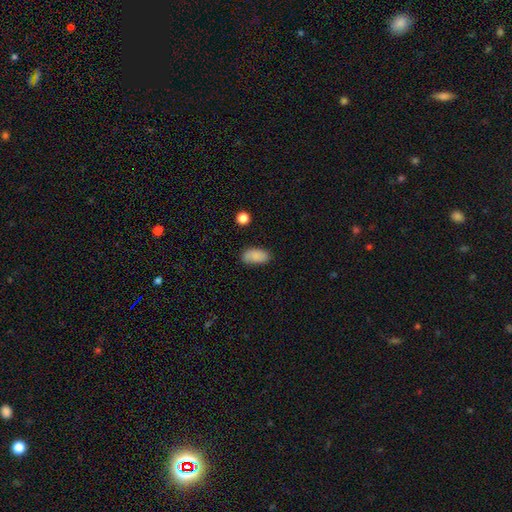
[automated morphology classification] smooth_or_featured: smooth (p=0.81) [alt: featured or disk p=0.10]
how_rounded: in between (p=0.93) [alt: round p=0.04]
merging: none (p=0.71) [alt: minor disturbance p=0.21]